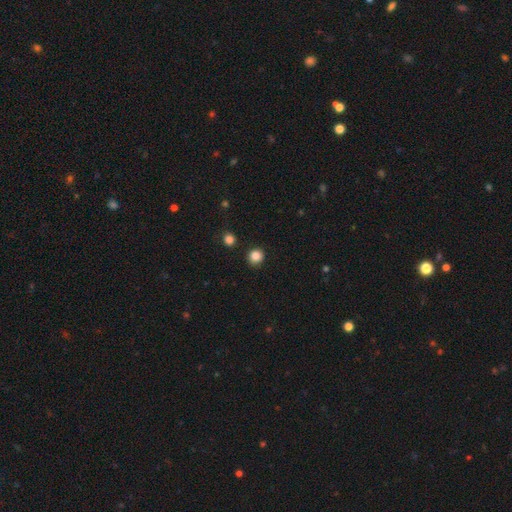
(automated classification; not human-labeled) smooth-or-featured: smooth: 85% | star or artifact: 11% | featured or disk: 4%
  how-rounded: round: 91% | in between: 8% | cigar-shaped: 1%
  merging: none: 91% | minor disturbance: 5% | merger: 2% | major disturbance: 2%